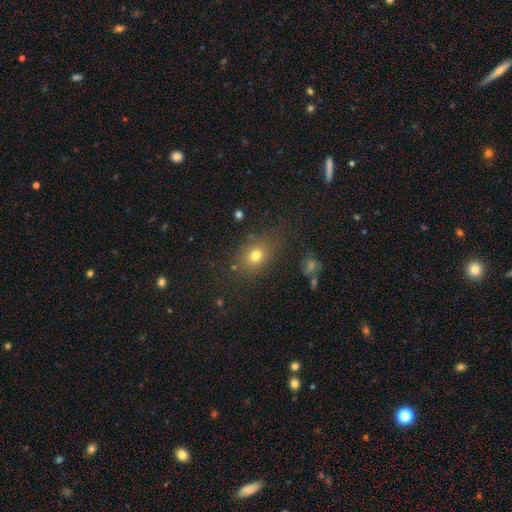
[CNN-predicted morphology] smooth 75%, star or artifact 15%, featured or disk 11%. Down the decision tree: how rounded — in between (55%); merging — none (75%).